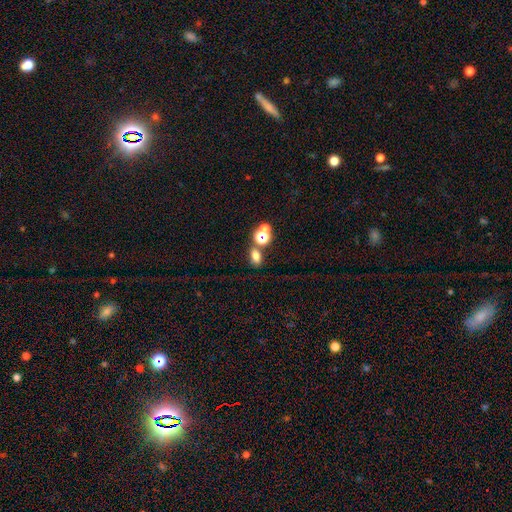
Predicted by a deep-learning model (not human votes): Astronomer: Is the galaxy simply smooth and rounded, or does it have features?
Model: smooth — 66%.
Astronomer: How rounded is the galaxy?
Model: in between — 71%.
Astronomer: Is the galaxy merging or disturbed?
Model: none — 65%.